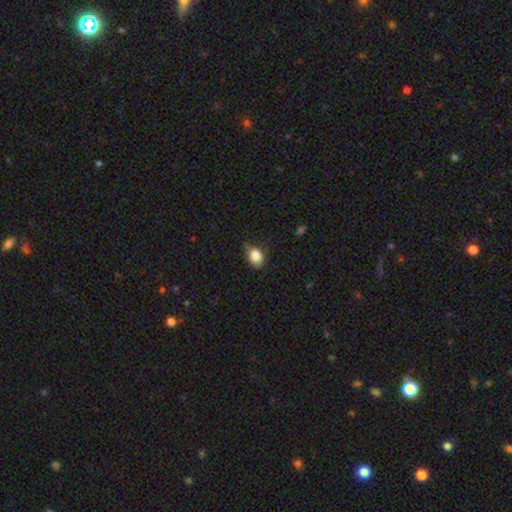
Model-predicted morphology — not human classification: smooth_or_featured: smooth (p=0.83) [alt: star or artifact p=0.09]
how_rounded: in between (p=0.59) [alt: round p=0.39]
merging: none (p=0.54) [alt: minor disturbance p=0.37]